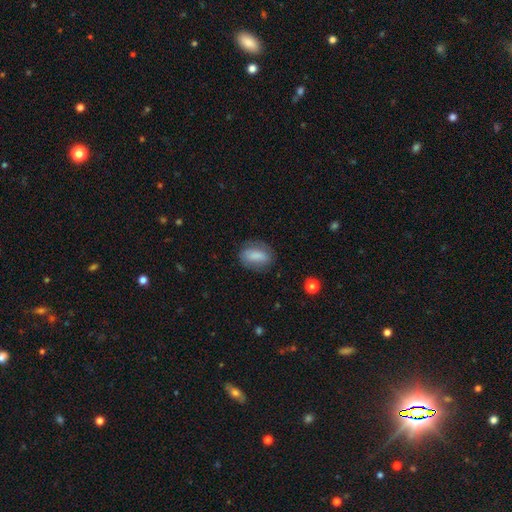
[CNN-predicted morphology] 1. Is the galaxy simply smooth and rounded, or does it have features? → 78% smooth, 15% featured or disk, 7% star or artifact.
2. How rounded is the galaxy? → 82% in between, 13% round, 5% cigar-shaped.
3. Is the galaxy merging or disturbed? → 73% none, 19% minor disturbance, 7% major disturbance, 2% merger.